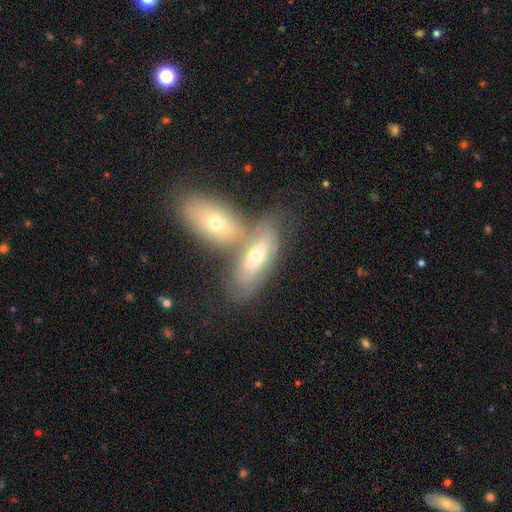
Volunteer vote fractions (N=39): A featured or disk galaxy (72%) with no bar (64%), tight (75%) spiral arms (73%) and a moderate central bulge (68%). Merging: merger (54%).